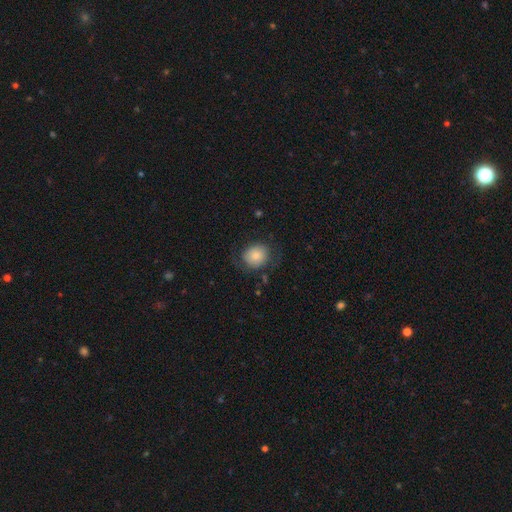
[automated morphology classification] Q: Smooth or featured?
A: smooth (75%); runner-up: featured or disk (16%)
Q: How rounded?
A: round (72%); runner-up: in between (27%)
Q: Merging?
A: none (70%); runner-up: minor disturbance (18%)